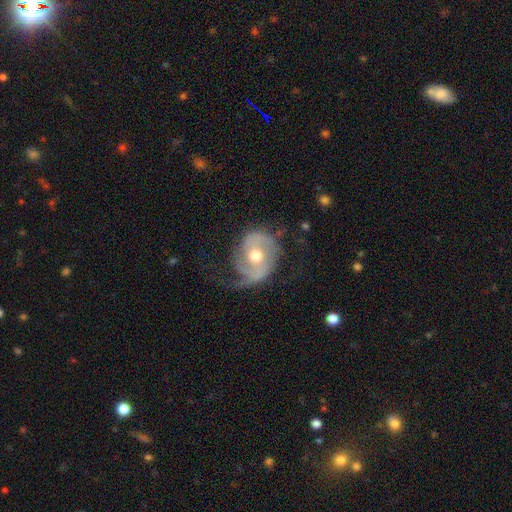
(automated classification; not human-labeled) This appears to be a featured or disk galaxy (78%) with no bar (56%), 2 (56%) medium (39%) spiral arms (90%) and a moderate central bulge (77%). Merging: none (51%).